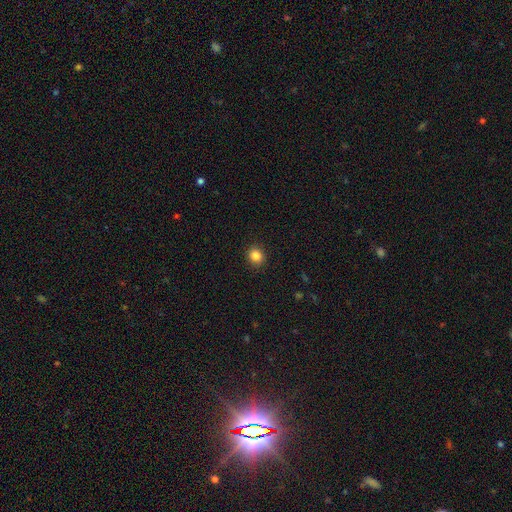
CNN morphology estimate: A smooth galaxy with no disk features (85%) that is round (82%).

Vote fractions:
- Smooth or featured? smooth: 85% / star or artifact: 11% / featured or disk: 4%
- How rounded? round: 82% / in between: 17% / cigar-shaped: 1%
- Merging? none: 91% / minor disturbance: 6% / major disturbance: 2% / merger: 1%